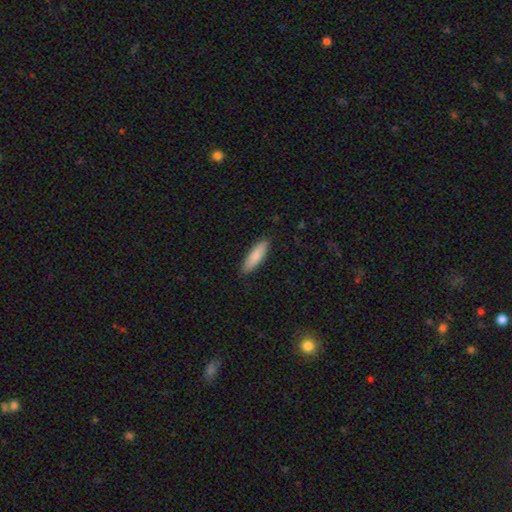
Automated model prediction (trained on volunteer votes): smooth_or_featured: smooth (p=0.85) [alt: featured or disk p=0.09]
how_rounded: cigar-shaped (p=0.63) [alt: in between p=0.36]
merging: none (p=0.88) [alt: minor disturbance p=0.09]